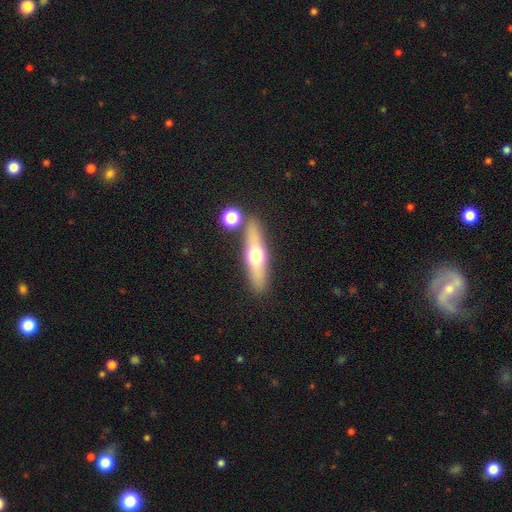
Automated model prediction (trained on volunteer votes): Smooth or featured: smooth — 47% (featured or disk — 46%)
Merging: none — 78% (minor disturbance — 10%)